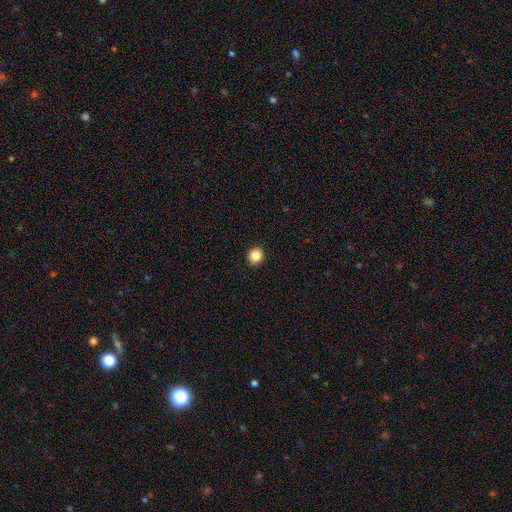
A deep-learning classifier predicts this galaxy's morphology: A smooth galaxy with no disk features (85%) that is round (86%).

Vote fractions:
- Smooth or featured? smooth: 85% / star or artifact: 10% / featured or disk: 5%
- How rounded? round: 86% / in between: 13% / cigar-shaped: 1%
- Merging? none: 93% / minor disturbance: 5% / major disturbance: 1% / merger: 1%